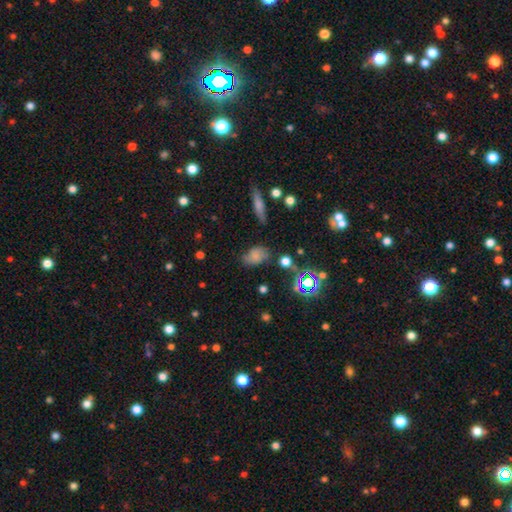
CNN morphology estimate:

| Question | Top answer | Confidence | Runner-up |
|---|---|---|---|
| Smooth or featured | smooth | 63% | featured or disk (19%) |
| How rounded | in between | 78% | round (20%) |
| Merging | none | 61% | minor disturbance (26%) |